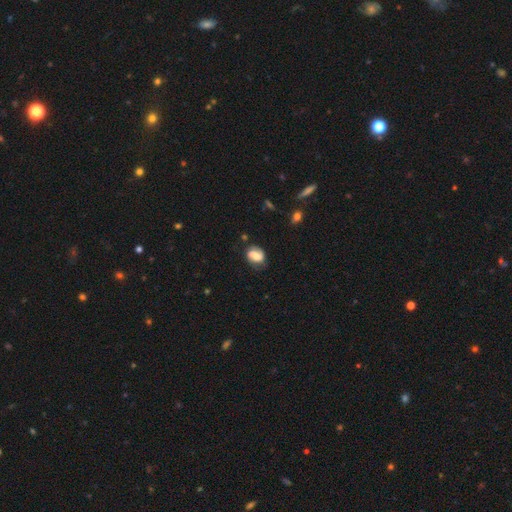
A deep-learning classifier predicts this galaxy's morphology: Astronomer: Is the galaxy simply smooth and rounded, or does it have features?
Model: featured or disk — 58% (runner-up: smooth, 34%).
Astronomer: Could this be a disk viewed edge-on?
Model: no — 97%.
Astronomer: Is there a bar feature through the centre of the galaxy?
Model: weak — 42% (runner-up: no, 31%).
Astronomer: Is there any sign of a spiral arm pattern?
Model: yes — 86%.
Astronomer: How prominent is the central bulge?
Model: moderate — 41% (runner-up: small, 26%).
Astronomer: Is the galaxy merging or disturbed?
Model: none — 68%.